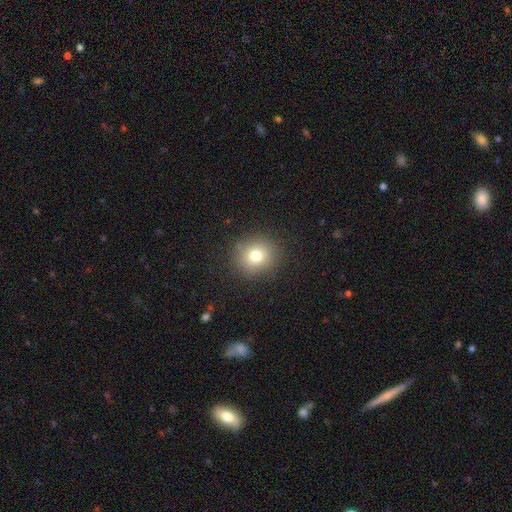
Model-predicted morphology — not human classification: smooth 75%, star or artifact 14%, featured or disk 10%. Down the decision tree: how rounded — round (87%); merging — none (88%).